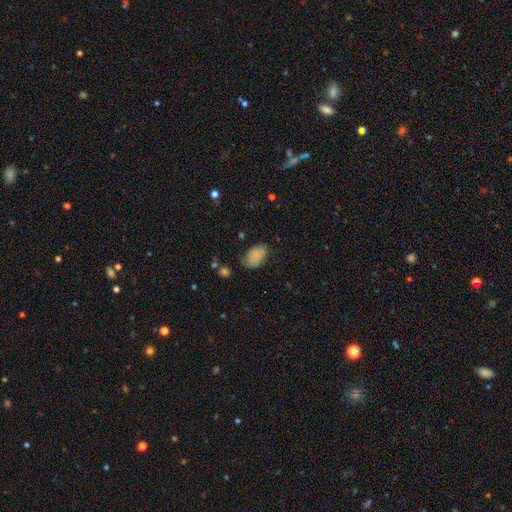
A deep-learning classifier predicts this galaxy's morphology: Smooth or featured? smooth (83%)
How rounded? in between (90%)
Merging? none (68%)